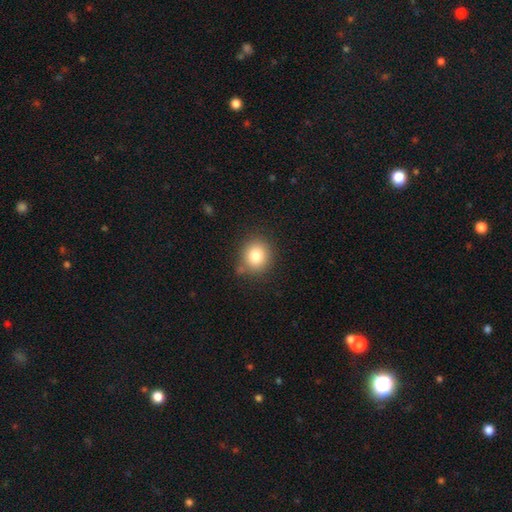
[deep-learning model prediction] Smooth or featured?
  - smooth: 81% *
  - star or artifact: 11%
  - featured or disk: 8%
How rounded?
  - round: 82% *
  - in between: 17%
  - cigar-shaped: 1%
Merging?
  - none: 80% *
  - minor disturbance: 12%
  - merger: 4%
  - major disturbance: 3%